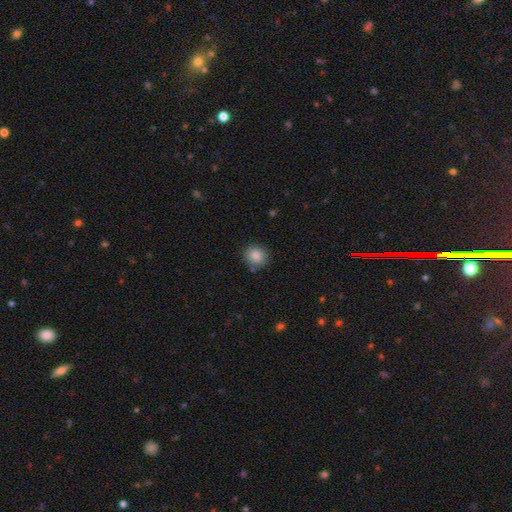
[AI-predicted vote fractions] Overall: smooth (87%). How rounded: round (85%). Merging: none (83%).